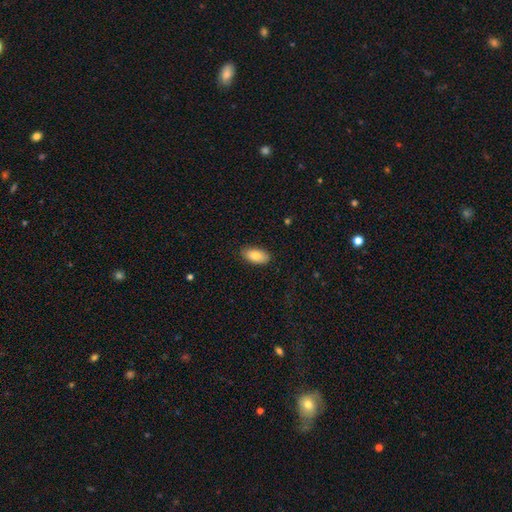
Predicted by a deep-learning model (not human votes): Q: Smooth or featured?
A: smooth (84%); runner-up: featured or disk (9%)
Q: How rounded?
A: in between (94%); runner-up: cigar-shaped (4%)
Q: Merging?
A: none (85%); runner-up: minor disturbance (12%)